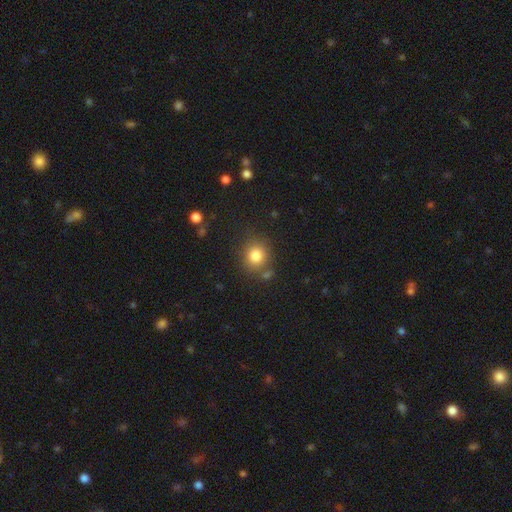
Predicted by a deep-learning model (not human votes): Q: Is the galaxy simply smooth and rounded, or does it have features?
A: smooth — 81%.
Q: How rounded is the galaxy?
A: round — 84%.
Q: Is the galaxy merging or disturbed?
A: none — 79%.